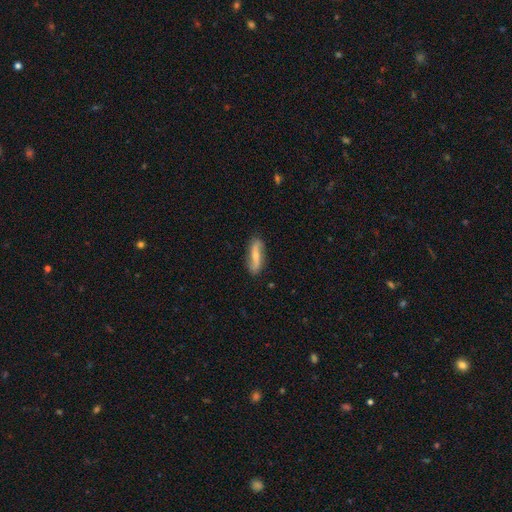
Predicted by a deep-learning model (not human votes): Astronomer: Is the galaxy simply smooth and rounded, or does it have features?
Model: featured or disk — 61%.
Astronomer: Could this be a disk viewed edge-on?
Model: no — 79%.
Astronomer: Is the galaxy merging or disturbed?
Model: none — 83%.